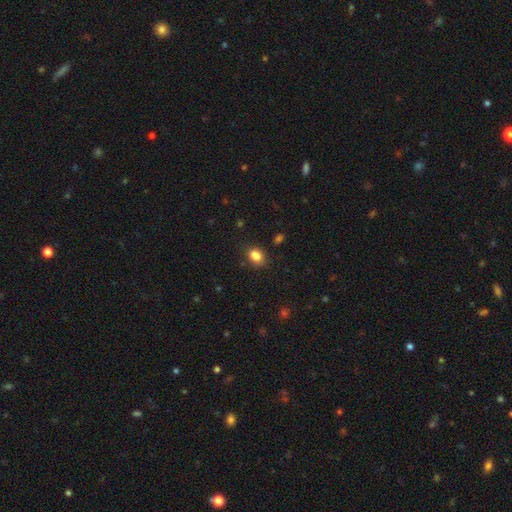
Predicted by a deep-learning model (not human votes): A smooth galaxy with no disk features (85%) that is in between round and cigar-shaped (65%).

Vote fractions:
- Smooth or featured? smooth: 85% / star or artifact: 10% / featured or disk: 5%
- How rounded? in between: 65% / round: 33% / cigar-shaped: 1%
- Merging? none: 81% / minor disturbance: 13% / major disturbance: 3% / merger: 2%